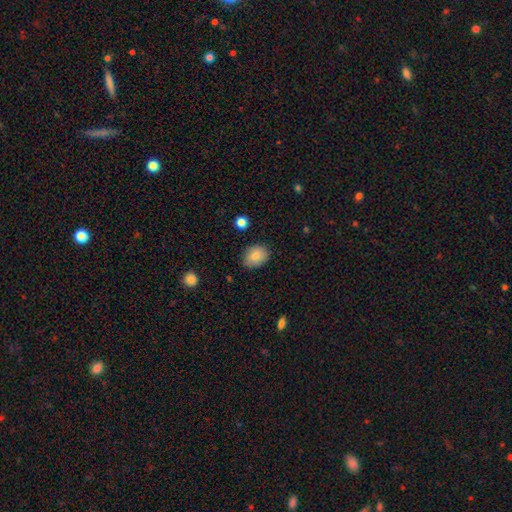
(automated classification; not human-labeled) Smooth or featured? Predicted: smooth (p=0.84). How rounded? Predicted: in between (p=0.57). Merging? Predicted: none (p=0.82).